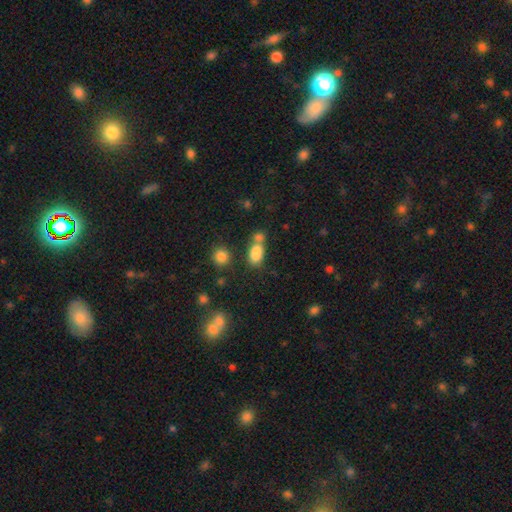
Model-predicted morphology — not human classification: smooth-or-featured: smooth: 78% | star or artifact: 13% | featured or disk: 9%
  how-rounded: in between: 81% | round: 15% | cigar-shaped: 4%
  merging: merger: 45% | none: 37% | minor disturbance: 12% | major disturbance: 6%